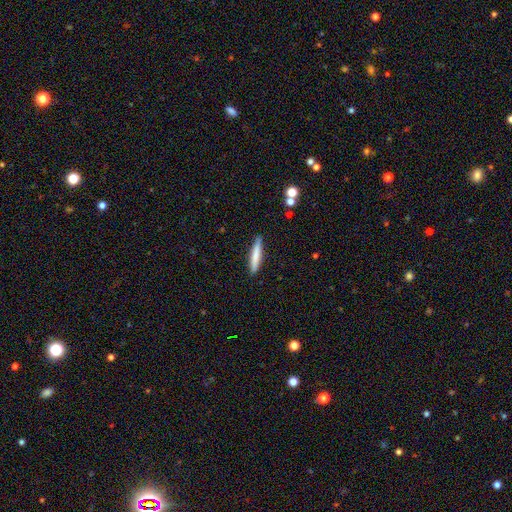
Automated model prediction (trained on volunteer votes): smooth_or_featured: smooth (p=0.72) [alt: featured or disk p=0.22]
how_rounded: cigar-shaped (p=0.92) [alt: in between p=0.06]
merging: none (p=0.88) [alt: minor disturbance p=0.09]